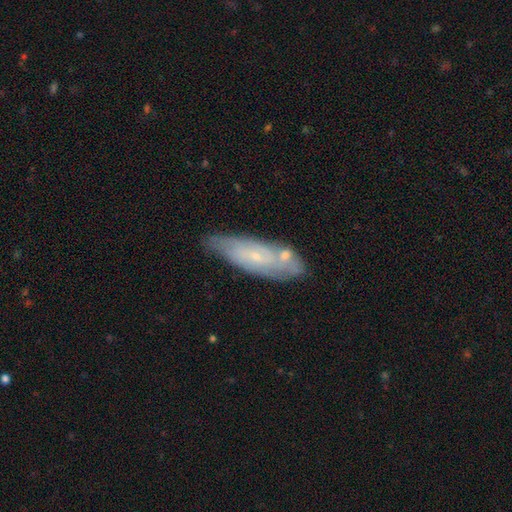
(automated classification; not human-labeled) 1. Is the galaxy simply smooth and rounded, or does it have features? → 59% featured or disk, 34% smooth, 7% star or artifact.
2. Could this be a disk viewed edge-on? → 79% no, 21% yes.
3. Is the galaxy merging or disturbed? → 63% none, 21% minor disturbance, 11% merger, 5% major disturbance.